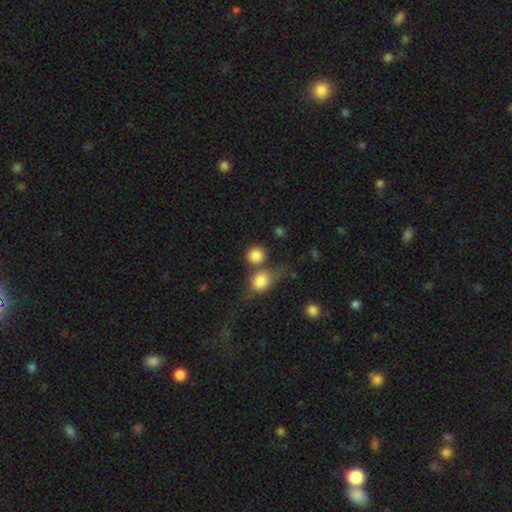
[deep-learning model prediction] The model was most divided on "merging": none: 53%, merger: 33%, minor disturbance: 9%, major disturbance: 5%. More confident: how rounded — round (86%); smooth or featured — smooth (85%).